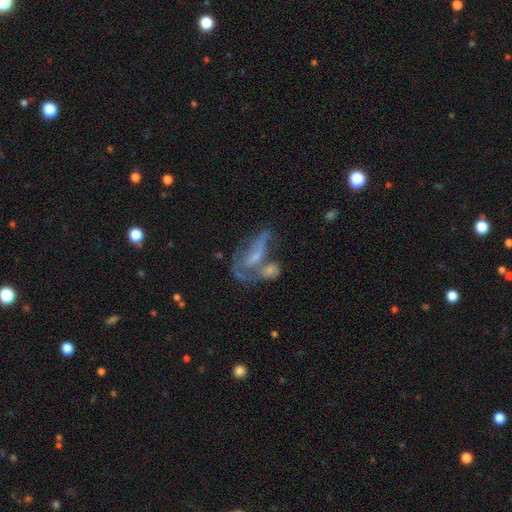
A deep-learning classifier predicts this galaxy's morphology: The model was most divided on "smooth or featured": featured or disk: 56%, smooth: 33%, star or artifact: 11%. Remaining: edge-on disk — no (82%); merging — merger (46%).